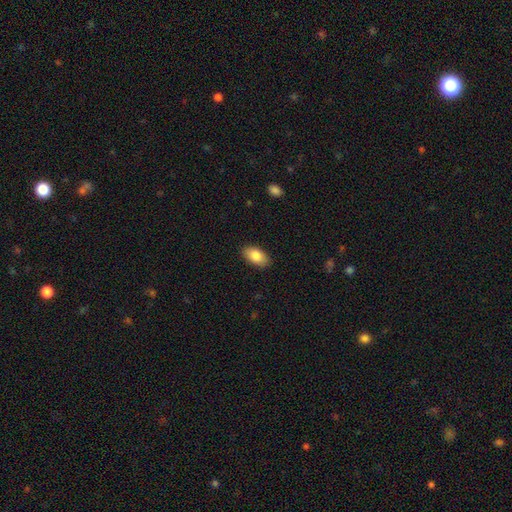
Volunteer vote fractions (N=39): Overall: smooth (82%). How rounded: in between (88%). Merging: none (86%).